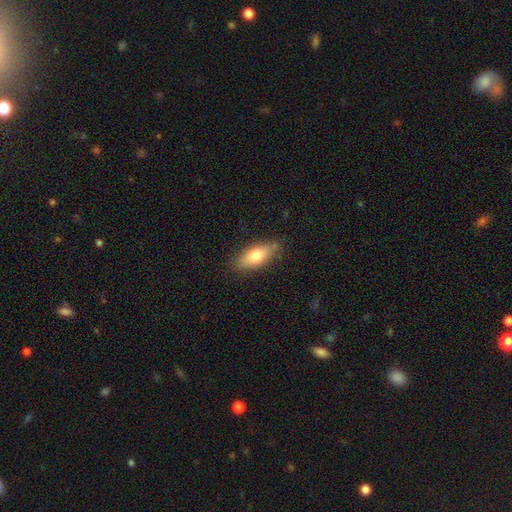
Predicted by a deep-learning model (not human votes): smooth 71%, featured or disk 23%, star or artifact 7%. Down the decision tree: how rounded — in between (76%); merging — none (81%).